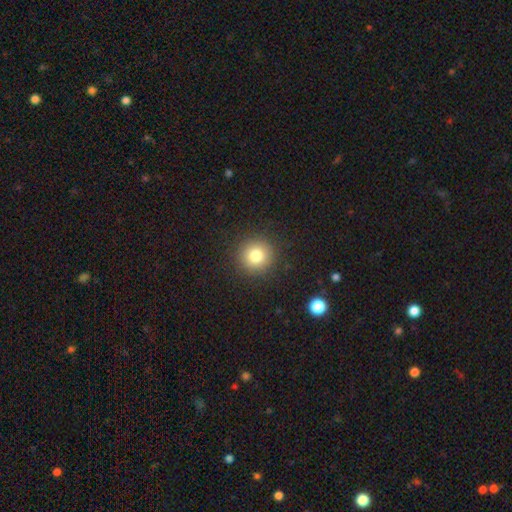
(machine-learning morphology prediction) smooth_or_featured: smooth (p=0.80) [alt: star or artifact p=0.13]
how_rounded: round (p=0.94) [alt: in between p=0.05]
merging: none (p=0.91) [alt: minor disturbance p=0.06]